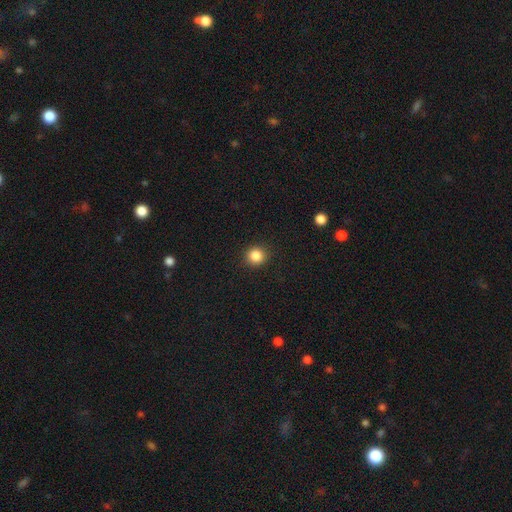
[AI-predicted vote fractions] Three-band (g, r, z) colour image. It shows a smooth galaxy with no disk features (85%) that is round (92%). Merging: none (92%).